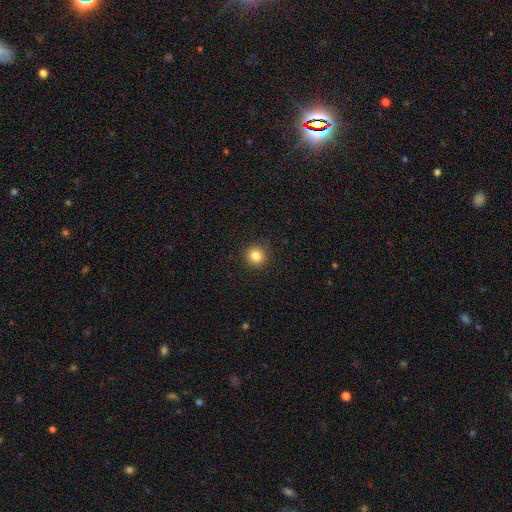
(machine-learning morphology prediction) This is clearly a smooth galaxy (83%). How rounded: clearly round (94%). Merging: clearly none (91%).